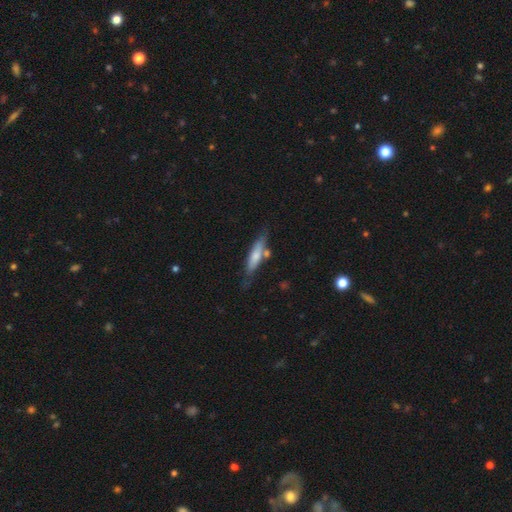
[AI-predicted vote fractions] This appears to be a smooth galaxy with no disk features (63%) that is cigar-shaped (73%). Merging: none (61%).